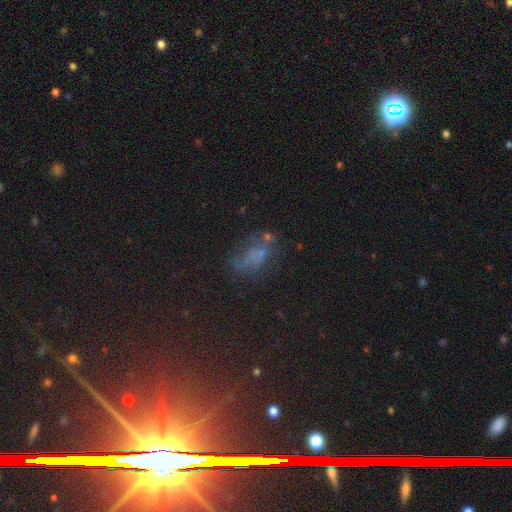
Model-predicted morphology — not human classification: smooth-or-featured: smooth: 39% | featured or disk: 31% | star or artifact: 30%
  merging: none: 39% | major disturbance: 27% | minor disturbance: 22% | merger: 12%